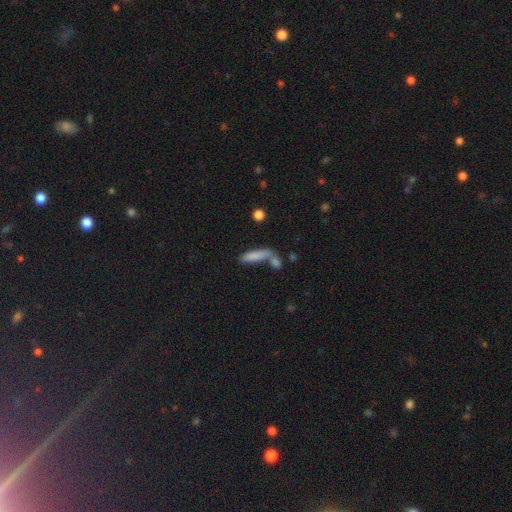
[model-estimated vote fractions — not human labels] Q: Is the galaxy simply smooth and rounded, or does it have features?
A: smooth — 79%.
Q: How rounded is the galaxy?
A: cigar-shaped — 69%.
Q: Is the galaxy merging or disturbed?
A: none — 48%.